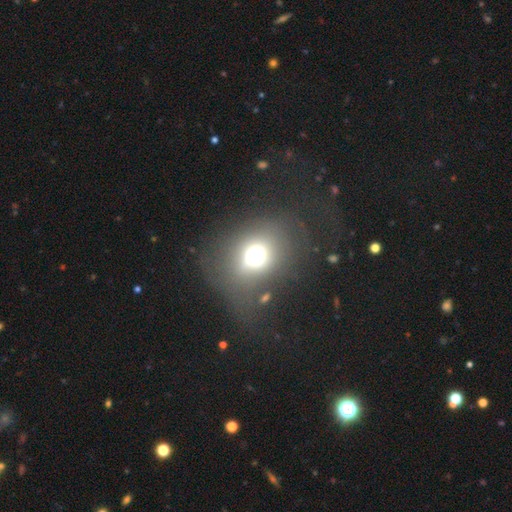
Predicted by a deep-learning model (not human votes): smooth_or_featured: smooth (p=0.62) [alt: star or artifact p=0.21]
how_rounded: round (p=0.64) [alt: in between p=0.35]
merging: none (p=0.65) [alt: major disturbance p=0.15]